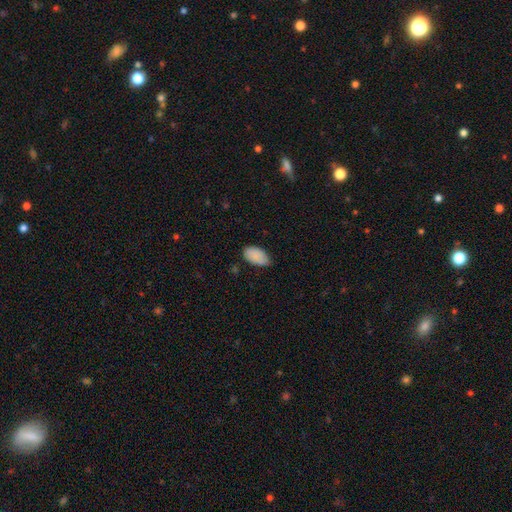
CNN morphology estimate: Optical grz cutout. It shows a smooth galaxy with no disk features (88%) that is in between round and cigar-shaped (95%). Merging: none (59%).